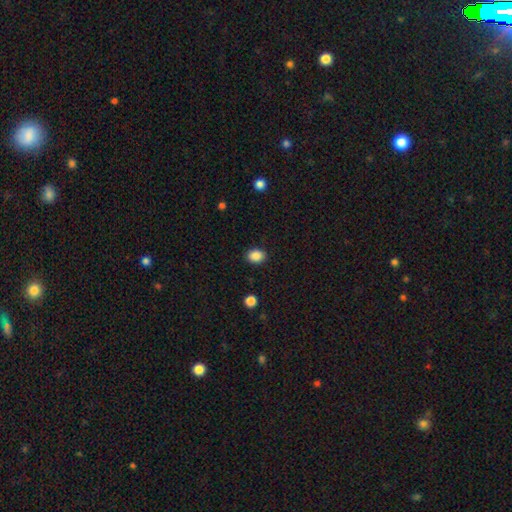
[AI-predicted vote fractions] A smooth galaxy with no disk features (88%) that is in between round and cigar-shaped (60%).

Vote fractions:
- Smooth or featured? smooth: 88% / star or artifact: 9% / featured or disk: 3%
- How rounded? in between: 60% / round: 39% / cigar-shaped: 1%
- Merging? none: 89% / minor disturbance: 8% / major disturbance: 2% / merger: 1%